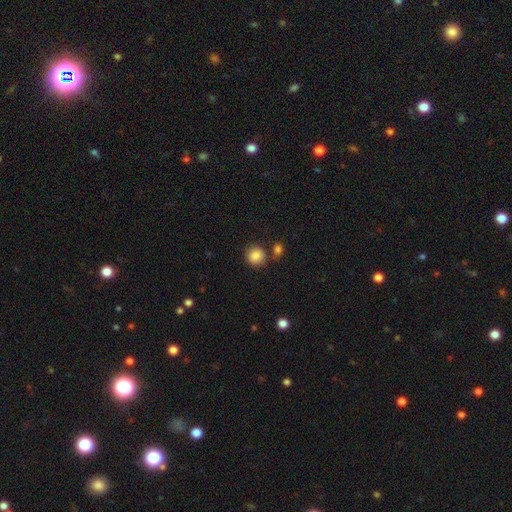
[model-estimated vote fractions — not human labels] Smooth or featured?
  - smooth: 85% *
  - star or artifact: 9%
  - featured or disk: 5%
How rounded?
  - round: 91% *
  - in between: 8%
  - cigar-shaped: 1%
Merging?
  - none: 75% *
  - merger: 13%
  - minor disturbance: 9%
  - major disturbance: 3%